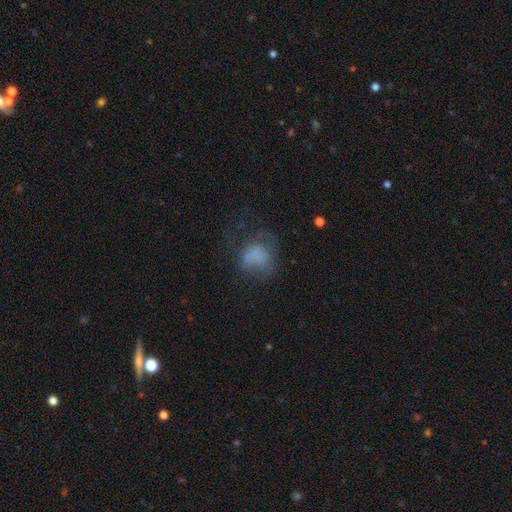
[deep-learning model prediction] Overall: smooth (59%; featured or disk 26%). How rounded: round (58%; in between 41%). Merging: major disturbance (40%; none 35%).